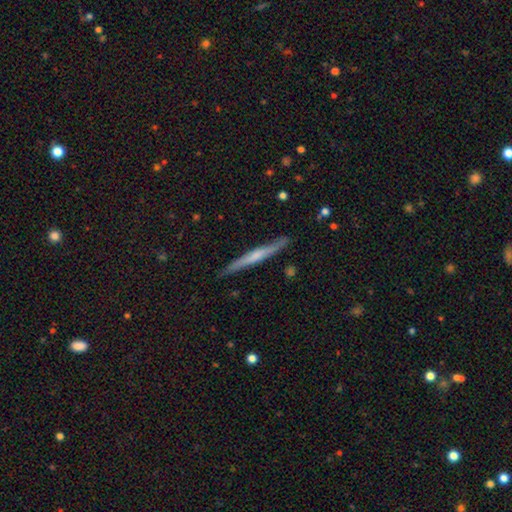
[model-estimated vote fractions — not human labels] smooth_or_featured: featured or disk (p=0.58) [alt: smooth p=0.36]
disk_edge_on: yes (p=0.97) [alt: no p=0.03]
edge_on_bulge: none (p=0.48) [alt: rounded p=0.39]
merging: none (p=0.88) [alt: minor disturbance p=0.09]